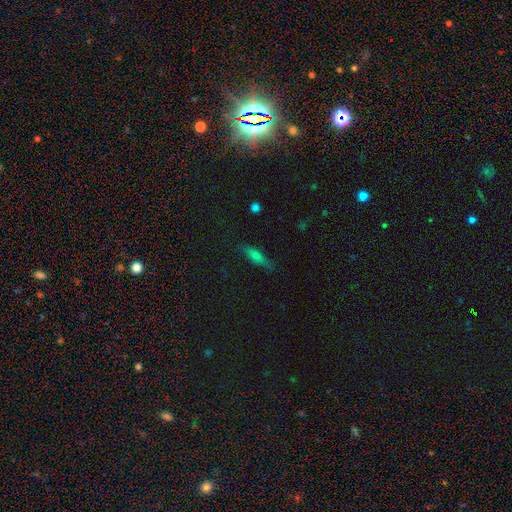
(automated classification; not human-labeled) This is likely a smooth galaxy (61%). How rounded: likely cigar-shaped (67%). Merging: likely none (78%).